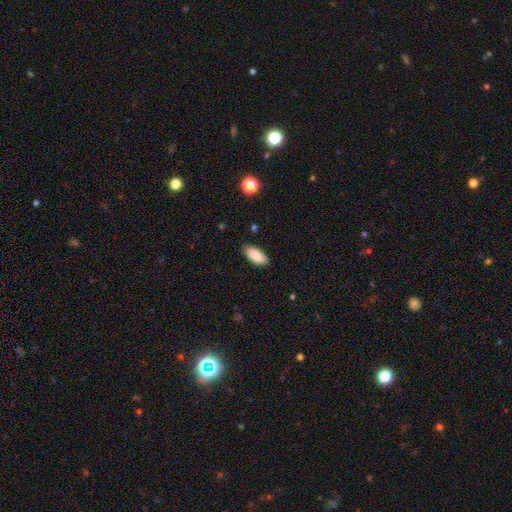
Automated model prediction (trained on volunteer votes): smooth_or_featured: smooth (p=0.87) [alt: featured or disk p=0.06]
how_rounded: in between (p=0.90) [alt: cigar-shaped p=0.09]
merging: none (p=0.85) [alt: minor disturbance p=0.12]